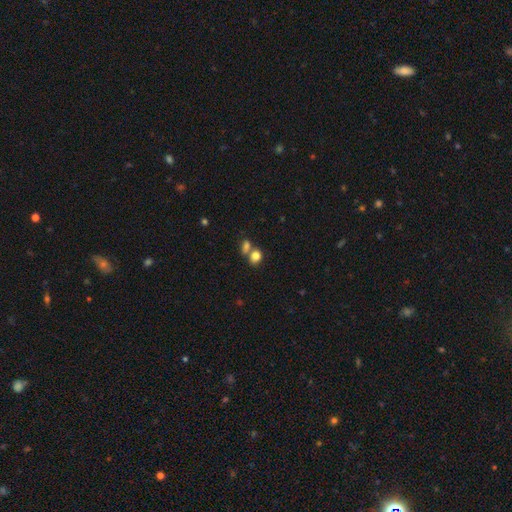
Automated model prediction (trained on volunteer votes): This is clearly a smooth galaxy (81%). How rounded: possibly in between (55%). Merging: possibly merger (46%).